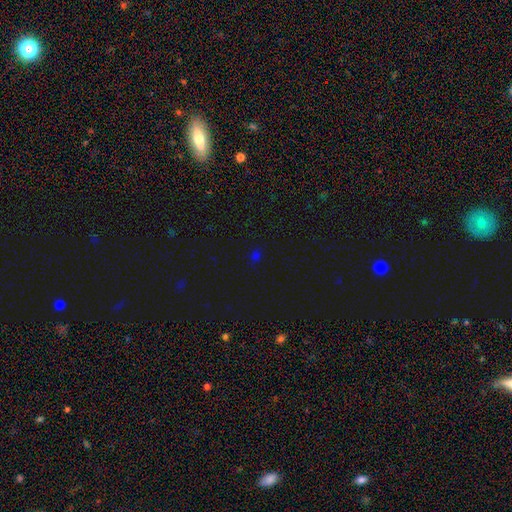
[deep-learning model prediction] smooth 50%, star or artifact 45%, featured or disk 5%. Down the decision tree: merging — none (84%).